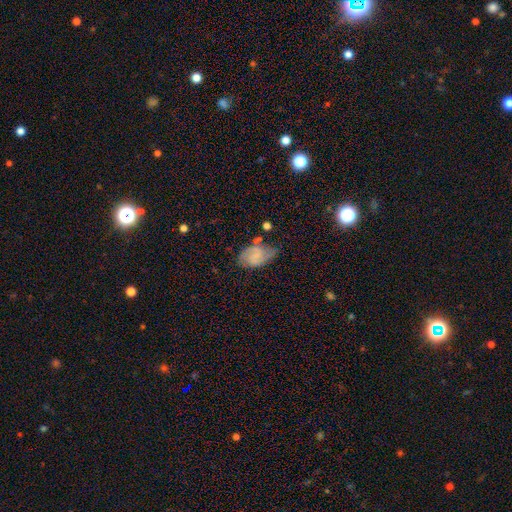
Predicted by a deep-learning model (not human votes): Overall: featured or disk (54%; smooth 38%). Edge-on disk: no (97%). Bar: weak (48%; no 40%). Spiral arms: yes (87%). Bulge size: small (48%; none 34%). Merging: none (56%; minor disturbance 29%).